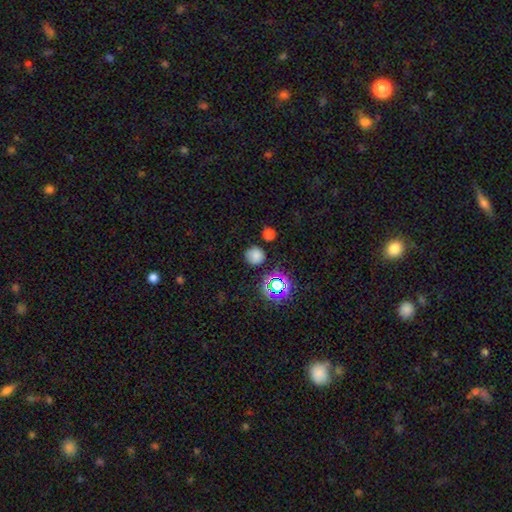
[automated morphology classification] Smooth or featured? smooth (75%)
How rounded? round (91%)
Merging? none (83%)